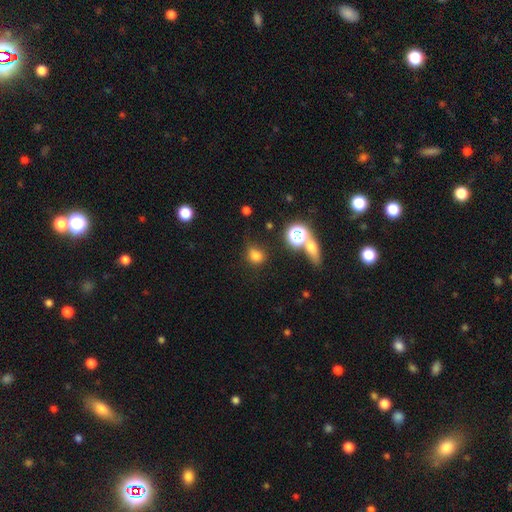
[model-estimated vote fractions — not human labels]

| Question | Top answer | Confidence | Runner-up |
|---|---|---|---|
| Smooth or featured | smooth | 74% | star or artifact (18%) |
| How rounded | round | 62% | in between (36%) |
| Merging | none | 73% | minor disturbance (14%) |